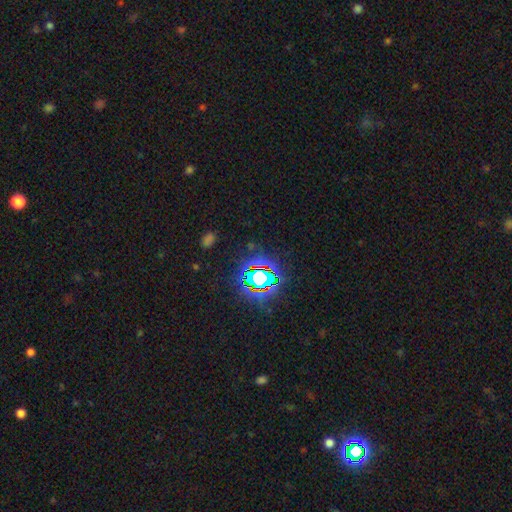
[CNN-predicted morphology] star or artifact 79%, smooth 14%, featured or disk 8%.